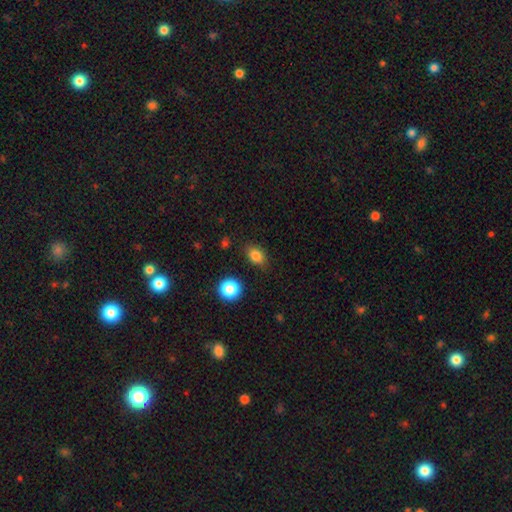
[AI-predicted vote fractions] This is clearly a smooth galaxy (83%). How rounded: likely in between (67%). Merging: clearly none (82%).